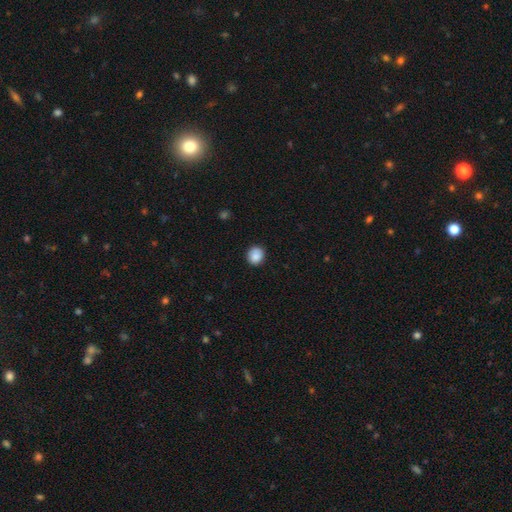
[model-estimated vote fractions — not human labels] A smooth galaxy with no disk features (88%) that is round (85%). Merging: none (89%).